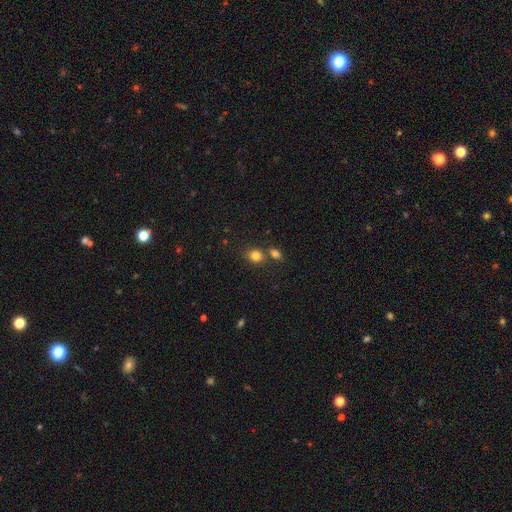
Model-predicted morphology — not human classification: Smooth or featured? smooth (81%)
How rounded? round (63%)
Merging? none (63%)